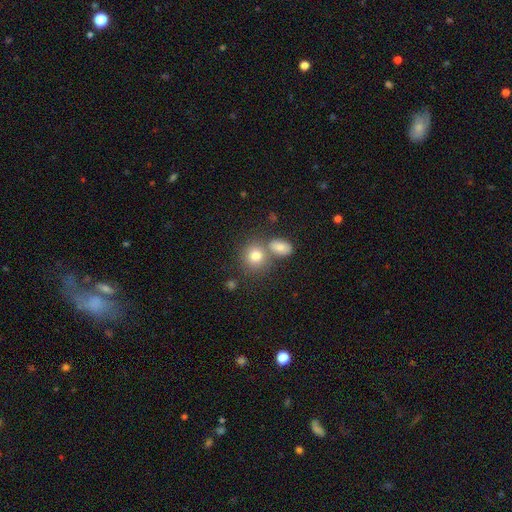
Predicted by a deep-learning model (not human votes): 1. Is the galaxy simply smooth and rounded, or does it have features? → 79% smooth, 11% star or artifact, 10% featured or disk.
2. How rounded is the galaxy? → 76% round, 23% in between, 1% cigar-shaped.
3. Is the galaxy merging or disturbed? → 54% none, 33% merger, 9% minor disturbance, 4% major disturbance.